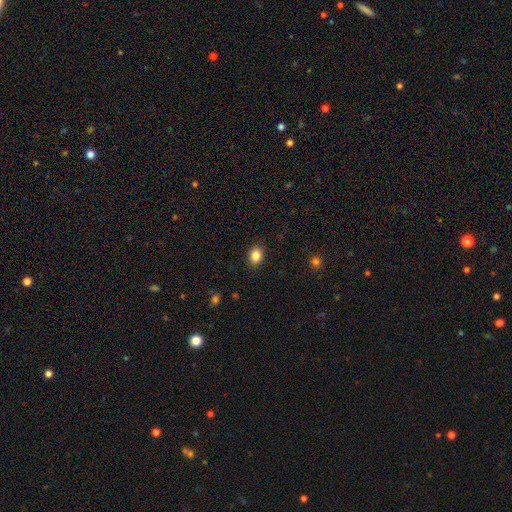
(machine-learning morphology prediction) Smooth or featured? Predicted: smooth (p=0.86). How rounded? Predicted: in between (p=0.63). Merging? Predicted: none (p=0.89).